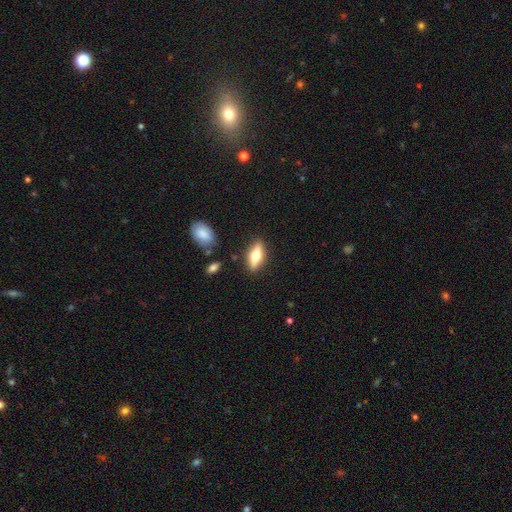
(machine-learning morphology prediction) smooth-or-featured: smooth: 49% | featured or disk: 44% | star or artifact: 7%
  merging: none: 85% | minor disturbance: 10% | merger: 3% | major disturbance: 3%